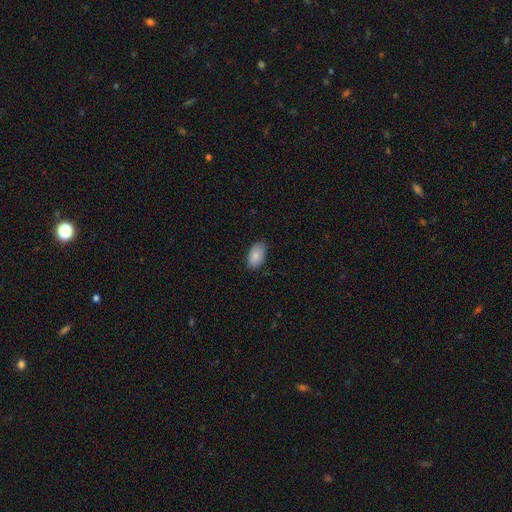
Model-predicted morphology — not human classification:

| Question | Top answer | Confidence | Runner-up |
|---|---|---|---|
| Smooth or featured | smooth | 86% | featured or disk (8%) |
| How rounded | in between | 94% | round (4%) |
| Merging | none | 82% | minor disturbance (14%) |